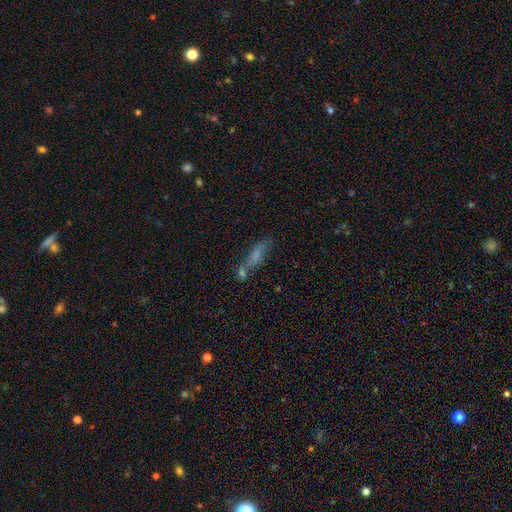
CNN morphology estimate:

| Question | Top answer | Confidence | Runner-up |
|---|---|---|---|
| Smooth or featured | smooth | 55% | featured or disk (30%) |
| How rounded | cigar-shaped | 60% | in between (36%) |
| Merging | none | 40% | merger (35%) |